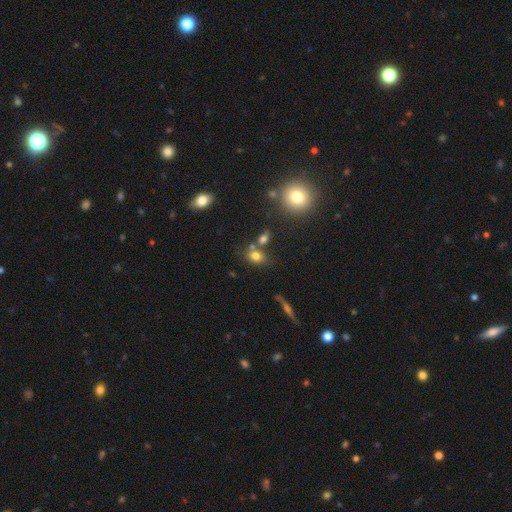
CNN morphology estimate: Smooth or featured?
  - smooth: 74% *
  - star or artifact: 15%
  - featured or disk: 11%
How rounded?
  - in between: 60% *
  - round: 38%
  - cigar-shaped: 2%
Merging?
  - none: 60% *
  - merger: 23%
  - minor disturbance: 12%
  - major disturbance: 4%